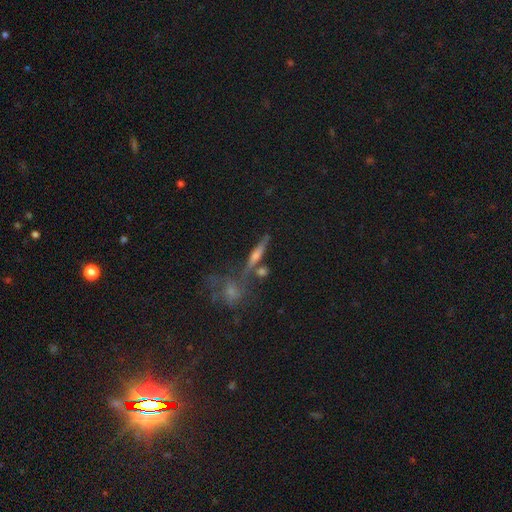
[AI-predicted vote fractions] A featured or disk galaxy (41%). Merging: none (56%).